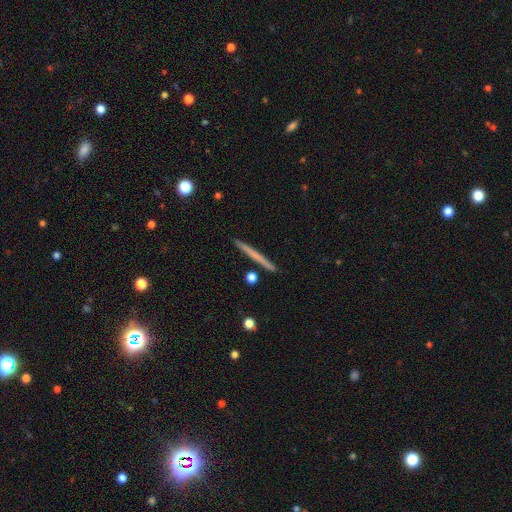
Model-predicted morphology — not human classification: Smooth or featured?
  - smooth: 53% *
  - featured or disk: 41%
  - star or artifact: 6%
How rounded?
  - cigar-shaped: 97% *
  - in between: 2%
  - round: 2%
Merging?
  - none: 92% *
  - minor disturbance: 5%
  - merger: 2%
  - major disturbance: 1%